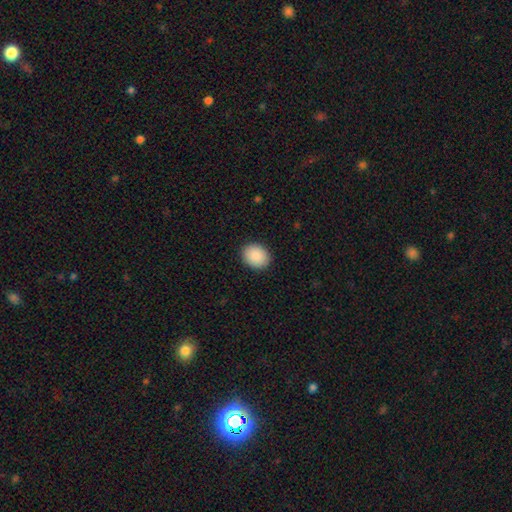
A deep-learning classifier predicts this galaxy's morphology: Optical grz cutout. It shows a smooth galaxy with no disk features (90%) that is round (53%). Merging: none (90%).